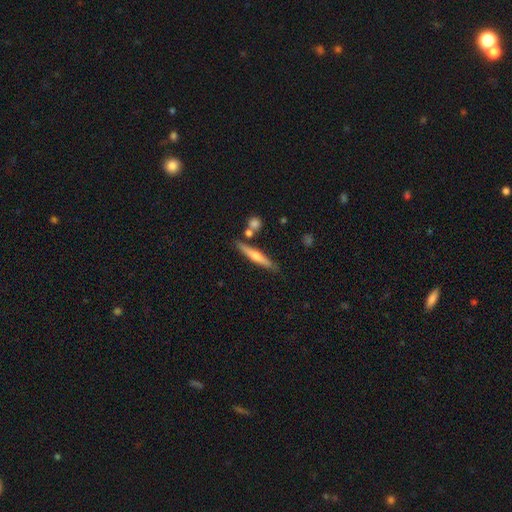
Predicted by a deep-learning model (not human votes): smooth_or_featured: featured or disk (p=0.53) [alt: smooth p=0.41]
disk_edge_on: yes (p=0.95) [alt: no p=0.05]
edge_on_bulge: rounded (p=0.81) [alt: none p=0.14]
merging: none (p=0.82) [alt: minor disturbance p=0.10]